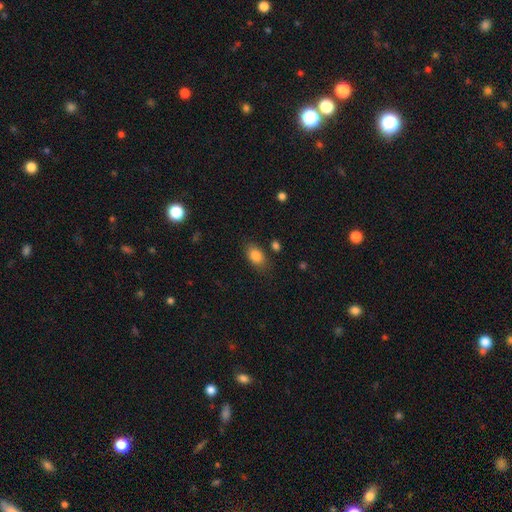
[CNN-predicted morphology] smooth 85%, star or artifact 9%, featured or disk 7%. Down the decision tree: how rounded — in between (85%); merging — none (78%).